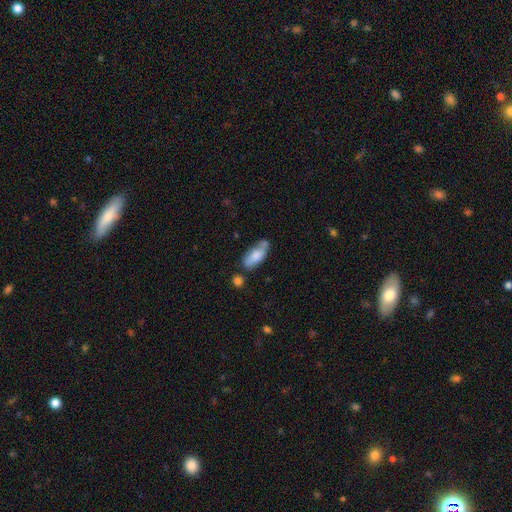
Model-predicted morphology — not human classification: smooth_or_featured: smooth (p=0.73) [alt: featured or disk p=0.21]
how_rounded: in between (p=0.81) [alt: cigar-shaped p=0.17]
merging: none (p=0.56) [alt: minor disturbance p=0.24]